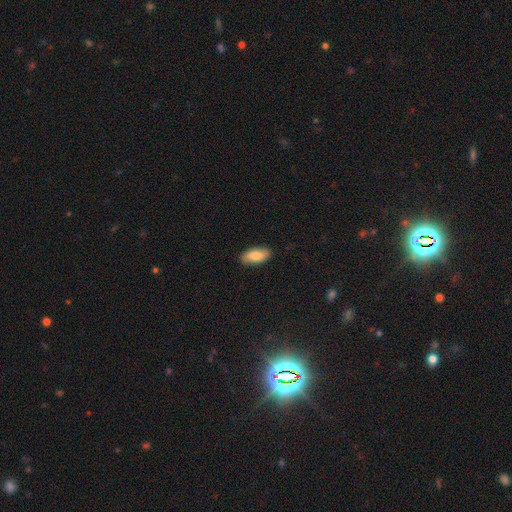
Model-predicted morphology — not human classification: The model was most divided on "smooth or featured": smooth: 81%, featured or disk: 12%, star or artifact: 6%. More confident: how rounded — in between (89%); merging — none (86%).